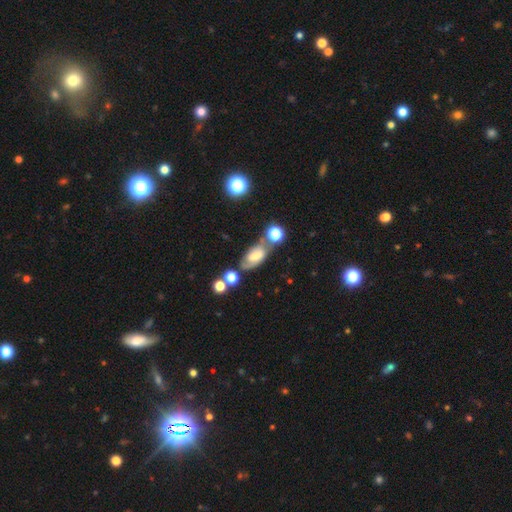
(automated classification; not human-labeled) Smooth or featured?
  - featured or disk: 47% *
  - smooth: 41%
  - star or artifact: 12%
Merging?
  - none: 47% *
  - minor disturbance: 21%
  - merger: 21%
  - major disturbance: 11%